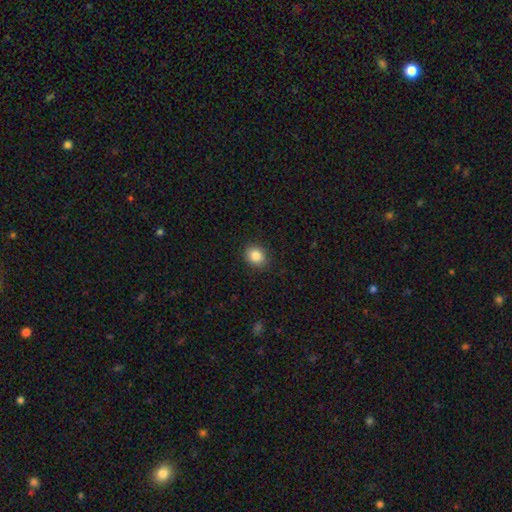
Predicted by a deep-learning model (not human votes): smooth 85%, star or artifact 10%, featured or disk 5%. Down the decision tree: how rounded — round (62%); merging — none (89%).